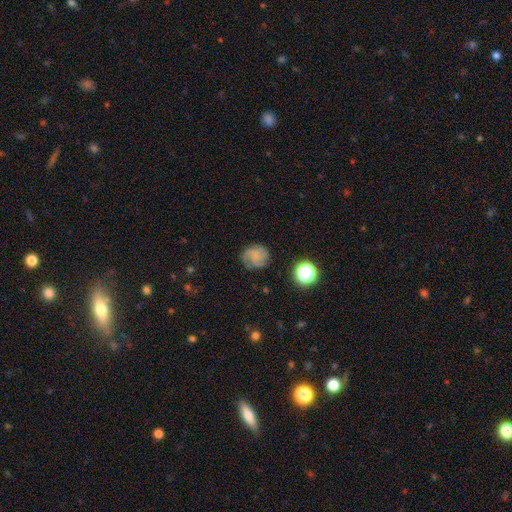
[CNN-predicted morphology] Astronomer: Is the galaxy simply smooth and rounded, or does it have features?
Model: smooth — 47% (runner-up: featured or disk, 40%).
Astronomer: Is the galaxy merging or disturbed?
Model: none — 66%.